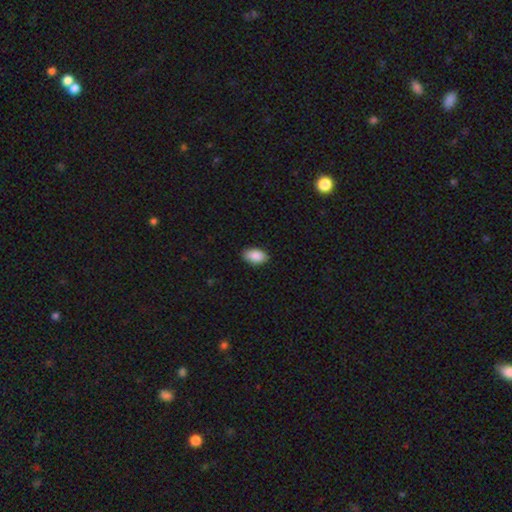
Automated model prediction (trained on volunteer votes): Smooth or featured?
  - smooth: 89% *
  - star or artifact: 7%
  - featured or disk: 4%
How rounded?
  - in between: 93% *
  - round: 6%
  - cigar-shaped: 2%
Merging?
  - none: 87% *
  - minor disturbance: 10%
  - major disturbance: 2%
  - merger: 1%